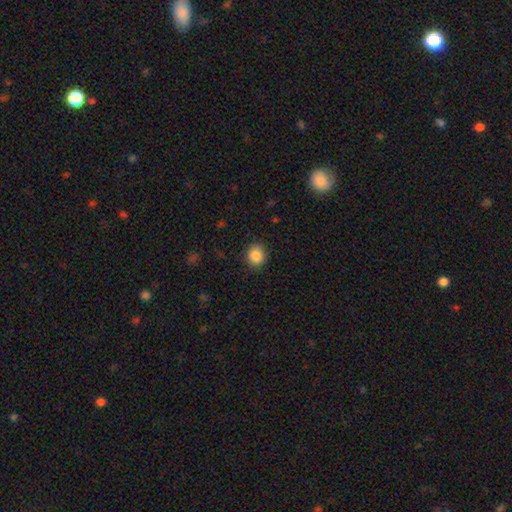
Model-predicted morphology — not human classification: Smooth or featured? smooth (86%)
How rounded? round (81%)
Merging? none (83%)